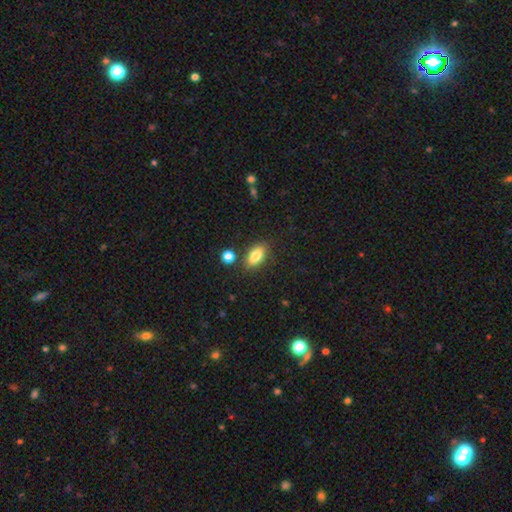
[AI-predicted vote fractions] This appears to be a smooth galaxy with no disk features (84%) that is in between round and cigar-shaped (87%). Merging: none (80%).